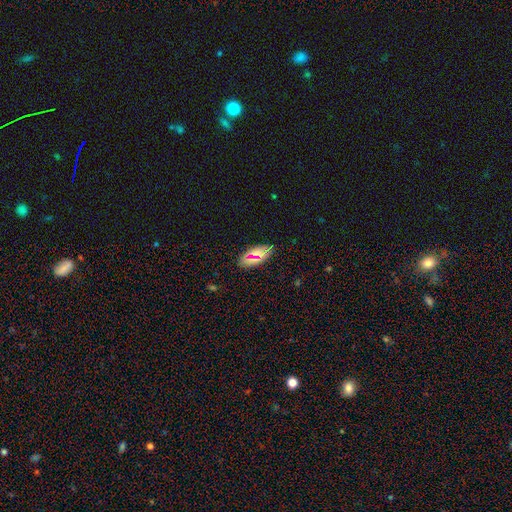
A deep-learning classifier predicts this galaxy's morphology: Smooth or featured: smooth — 70% (star or artifact — 17%)
How rounded: in between — 90% (cigar-shaped — 6%)
Merging: none — 86% (minor disturbance — 11%)